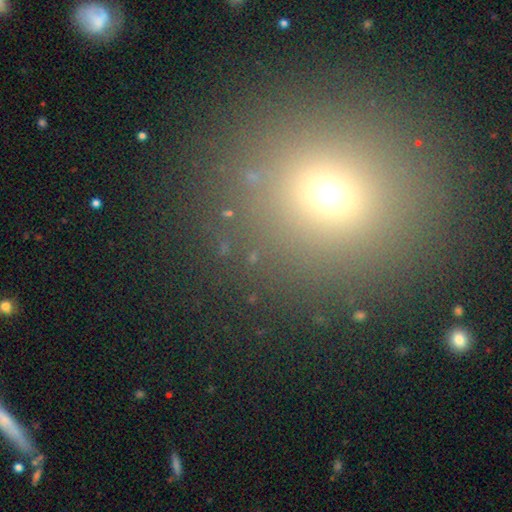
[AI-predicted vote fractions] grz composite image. It shows a smooth galaxy with no disk features (56%) that is round (82%). Merging: none (86%).